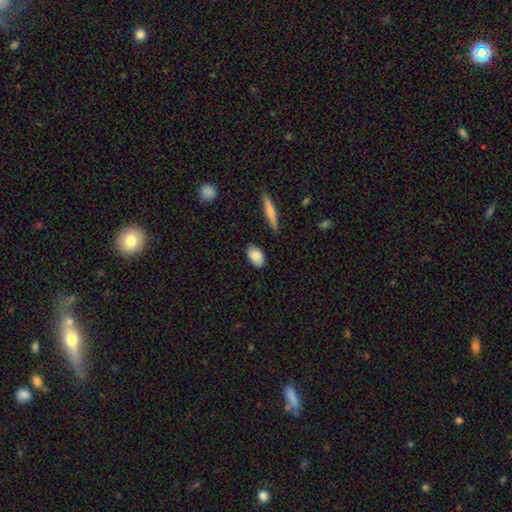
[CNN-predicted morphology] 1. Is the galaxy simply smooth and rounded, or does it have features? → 87% smooth, 7% featured or disk, 7% star or artifact.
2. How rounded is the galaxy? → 90% in between, 7% round, 3% cigar-shaped.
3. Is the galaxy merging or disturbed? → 84% none, 11% minor disturbance, 2% major disturbance, 2% merger.